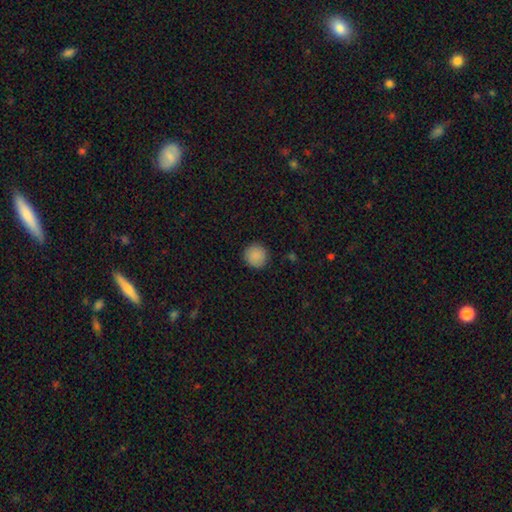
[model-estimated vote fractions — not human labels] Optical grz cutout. It shows a smooth galaxy with no disk features (89%) that is round (95%). Merging: none (91%).